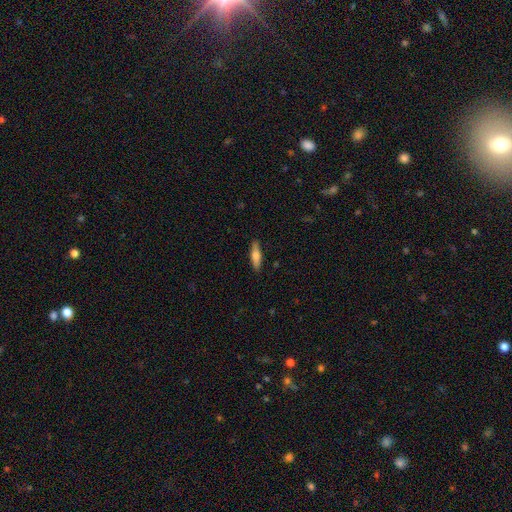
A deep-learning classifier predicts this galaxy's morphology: smooth 64%, featured or disk 30%, star or artifact 6%. Down the decision tree: how rounded — cigar-shaped (63%); merging — none (87%).